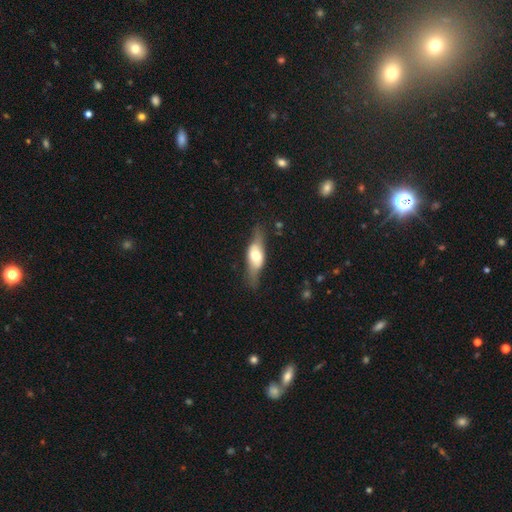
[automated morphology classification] Smooth or featured: featured or disk — 57% (smooth — 37%)
Edge-on disk: yes — 68% (no — 32%)
Merging: none — 71% (minor disturbance — 20%)